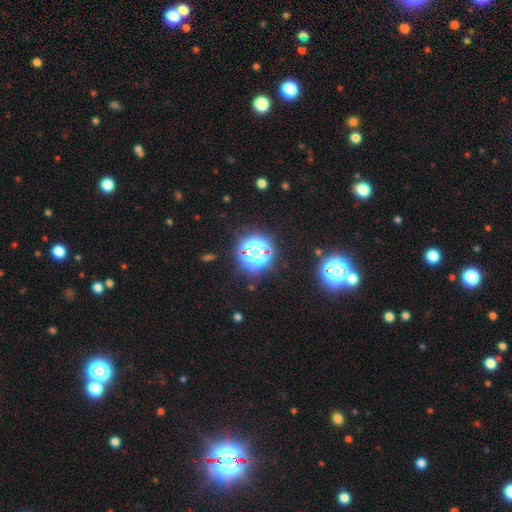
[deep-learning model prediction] star or artifact 64%, smooth 24%, featured or disk 12%.